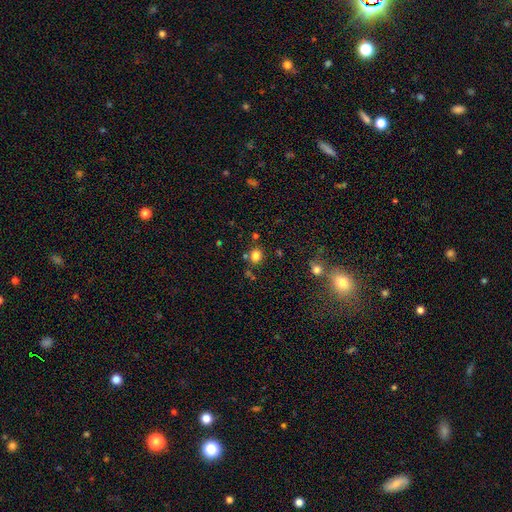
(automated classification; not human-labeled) The model was most divided on "how rounded": round: 76%, in between: 23%, cigar-shaped: 1%. More confident: smooth or featured — smooth (80%); merging — none (78%).